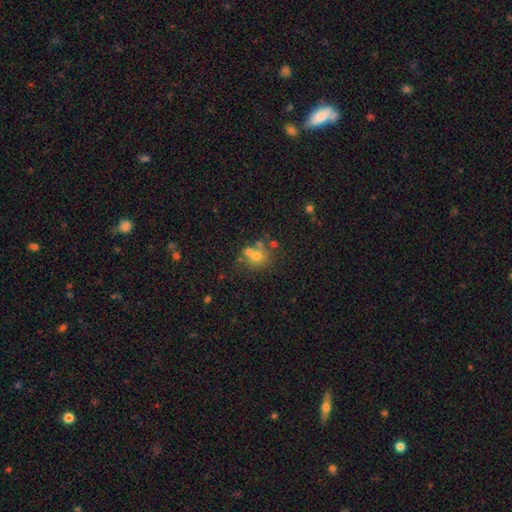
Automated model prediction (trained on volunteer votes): Morphology: type=smooth (62%); roundness=round (75%); merging=none (49%).